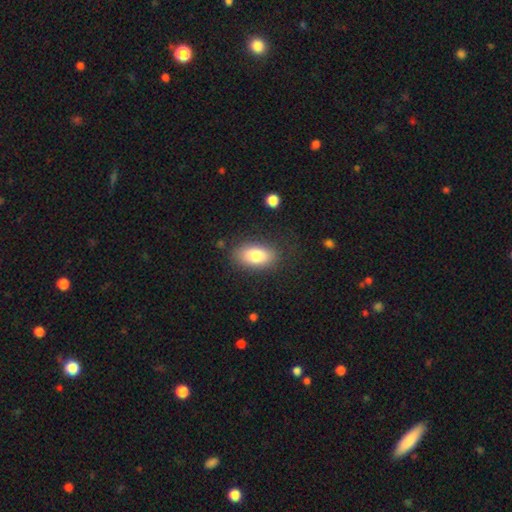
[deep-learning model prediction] Morphology: type=smooth (82%); roundness=in between (91%); merging=none (82%).